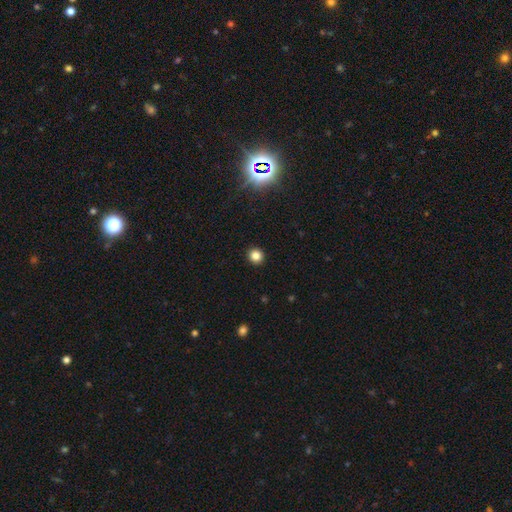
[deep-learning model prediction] A smooth galaxy with no disk features (83%) that is round (91%). Merging: none (93%).